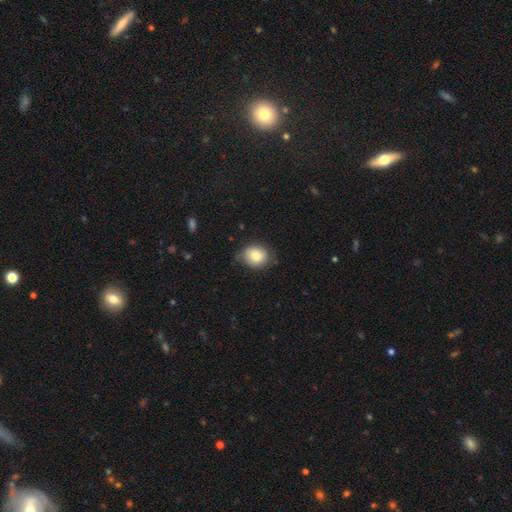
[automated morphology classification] Overall: smooth (81%). How rounded: round (59%; in between 40%). Merging: none (74%).